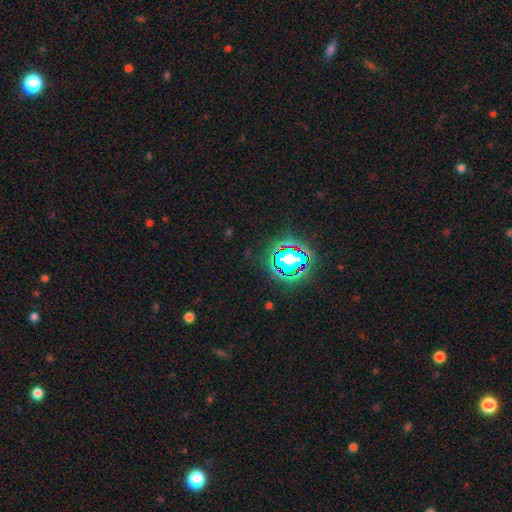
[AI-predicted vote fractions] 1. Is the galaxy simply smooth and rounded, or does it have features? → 78% star or artifact, 14% smooth, 8% featured or disk.